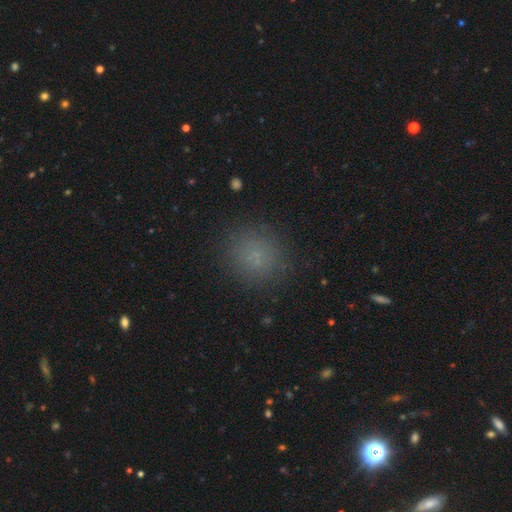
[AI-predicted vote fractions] Overall: smooth (75%). How rounded: round (86%). Merging: none (87%).